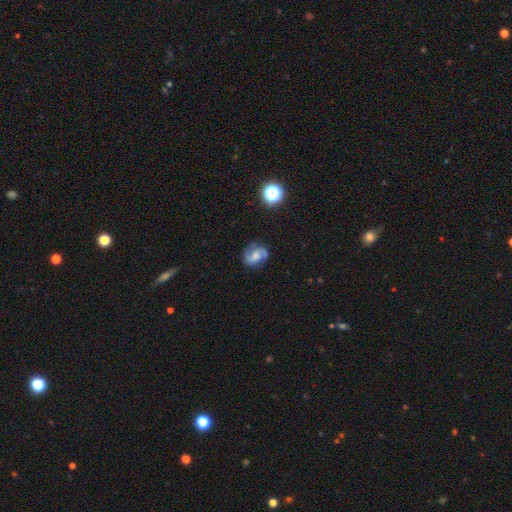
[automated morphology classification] Q: Smooth or featured?
A: featured or disk (69%); runner-up: smooth (21%)
Q: Edge-on disk?
A: no (98%); runner-up: yes (2%)
Q: Bar?
A: no (50%); runner-up: weak (40%)
Q: Spiral arms?
A: yes (93%); runner-up: no (7%)
Q: Spiral winding?
A: medium (48%); runner-up: loose (29%)
Q: Spiral arm count?
A: 2 (75%); runner-up: 3 (9%)
Q: Bulge size?
A: moderate (40%); runner-up: small (29%)
Q: Merging?
A: none (71%); runner-up: minor disturbance (19%)